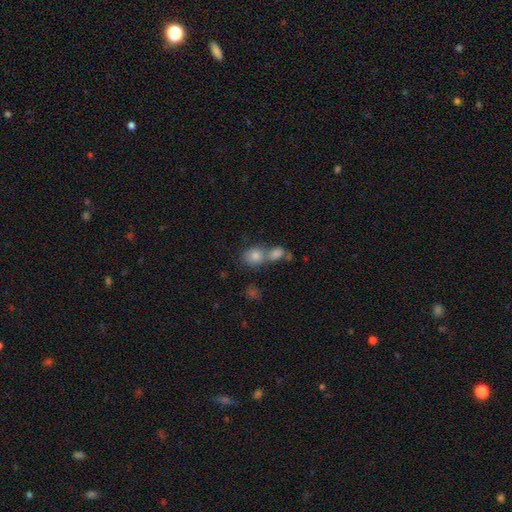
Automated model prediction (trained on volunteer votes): Morphology: type=smooth (65%); roundness=round (65%); merging=merger (44%, tied with none).